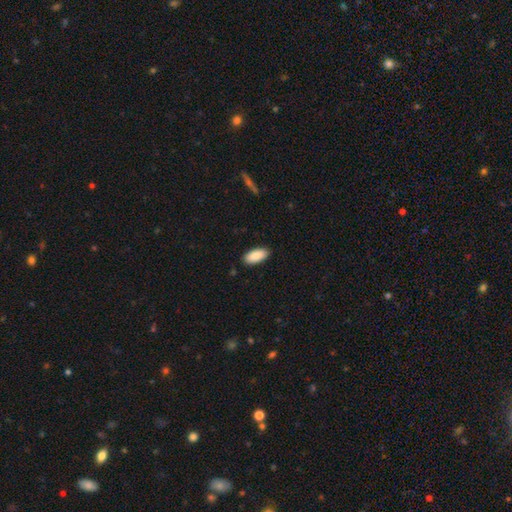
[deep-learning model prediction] Smooth or featured? smooth (88%)
How rounded? in between (91%)
Merging? none (89%)